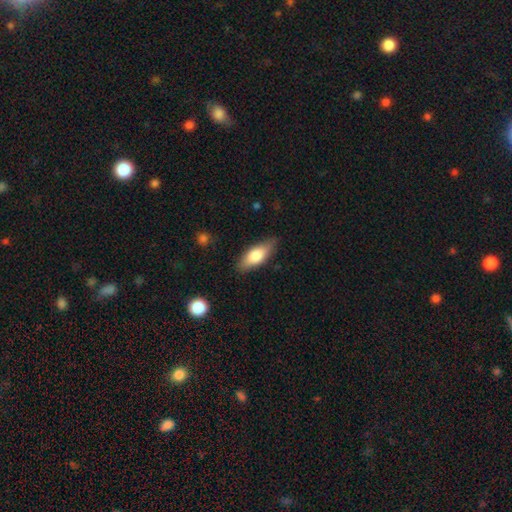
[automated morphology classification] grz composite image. It shows a smooth galaxy with no disk features (72%) that is in between round and cigar-shaped (74%). Merging: none (81%).